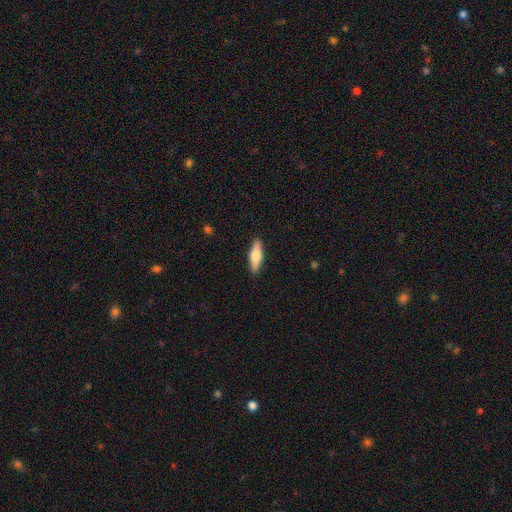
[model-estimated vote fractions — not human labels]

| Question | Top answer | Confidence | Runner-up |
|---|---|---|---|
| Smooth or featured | smooth | 58% | featured or disk (36%) |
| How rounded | cigar-shaped | 51% | in between (47%) |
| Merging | none | 90% | minor disturbance (7%) |